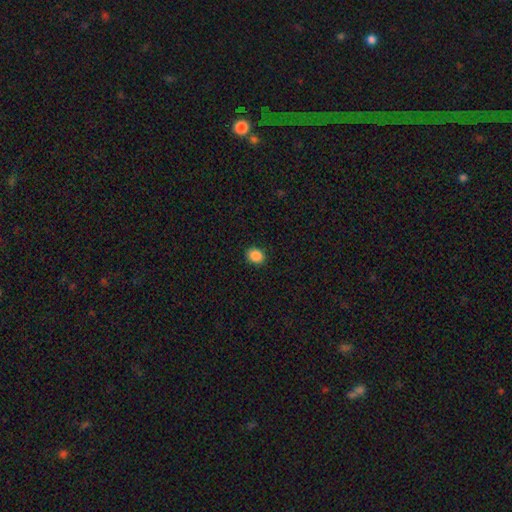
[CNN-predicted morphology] smooth 88%, star or artifact 9%, featured or disk 3%. Down the decision tree: how rounded — round (50%); merging — none (89%).